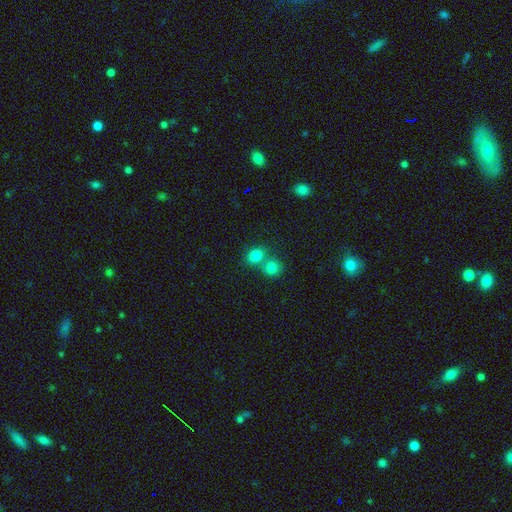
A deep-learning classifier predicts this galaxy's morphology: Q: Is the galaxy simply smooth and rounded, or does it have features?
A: smooth — 81%.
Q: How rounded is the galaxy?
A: round — 67%.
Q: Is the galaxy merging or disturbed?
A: none — 46%.